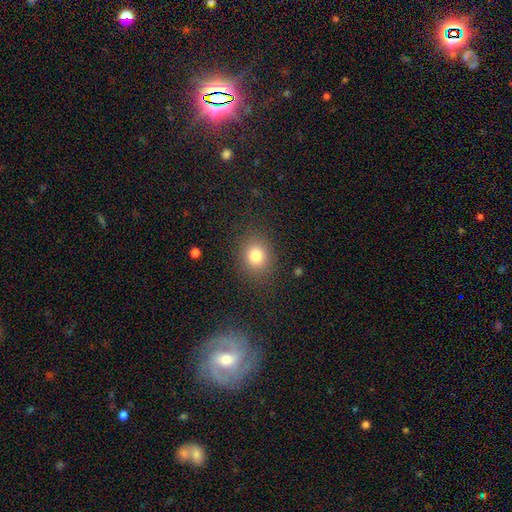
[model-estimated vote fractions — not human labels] A smooth galaxy with no disk features (80%) that is round (67%). Merging: none (85%).